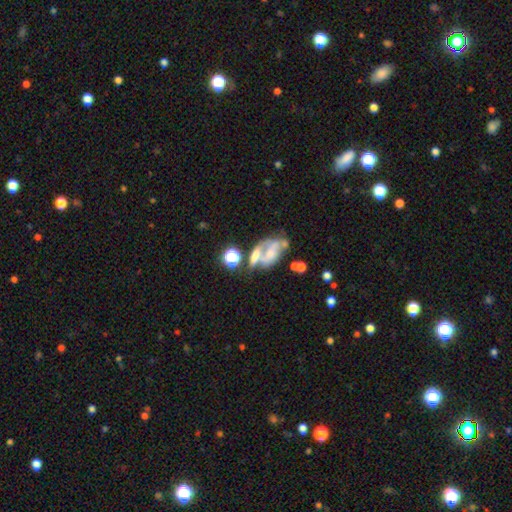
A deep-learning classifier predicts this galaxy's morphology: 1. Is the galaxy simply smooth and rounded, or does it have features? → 49% featured or disk, 34% smooth, 16% star or artifact.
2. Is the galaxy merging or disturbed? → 44% merger, 21% none, 20% major disturbance, 14% minor disturbance.